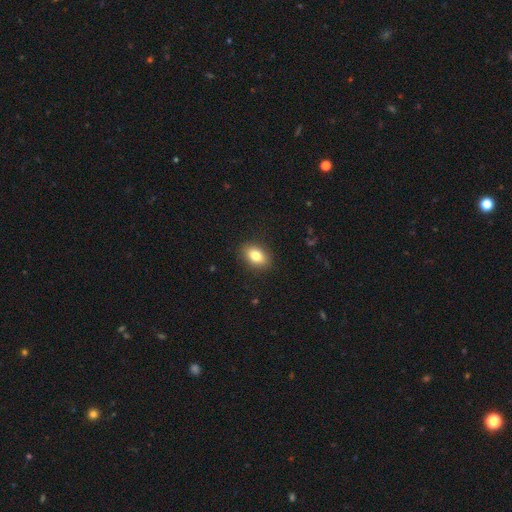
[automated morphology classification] Smooth or featured? smooth (80%)
How rounded? in between (83%)
Merging? none (89%)